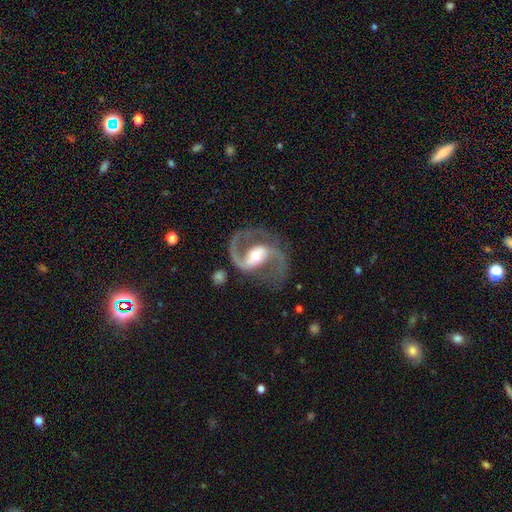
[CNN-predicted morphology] This appears to be a featured or disk galaxy (92%) with a strong bar (40%), 2 (93%) medium (61%) spiral arms (97%) and a moderate central bulge (69%). Merging: none (74%).